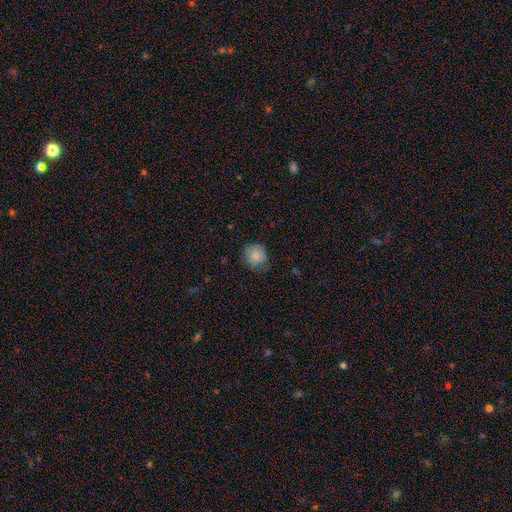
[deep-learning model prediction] This is clearly a smooth galaxy (82%). How rounded: clearly round (82%). Merging: likely none (68%).